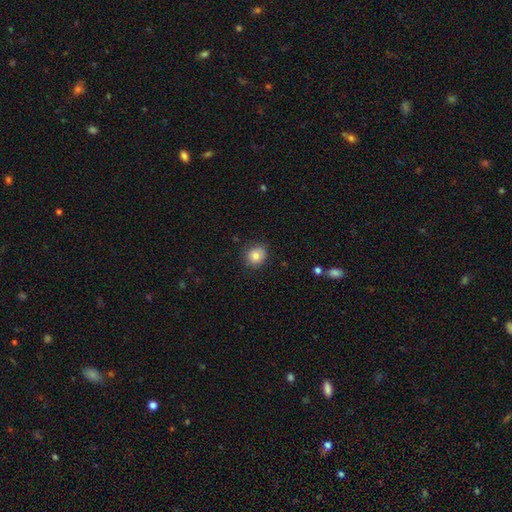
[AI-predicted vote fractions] Smooth or featured? smooth (81%)
How rounded? round (82%)
Merging? none (84%)